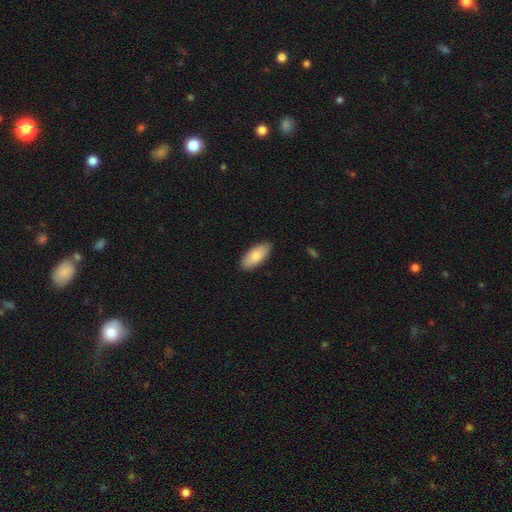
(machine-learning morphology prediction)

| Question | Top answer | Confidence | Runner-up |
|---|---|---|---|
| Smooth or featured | smooth | 83% | featured or disk (12%) |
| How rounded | in between | 85% | cigar-shaped (13%) |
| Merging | none | 88% | minor disturbance (9%) |